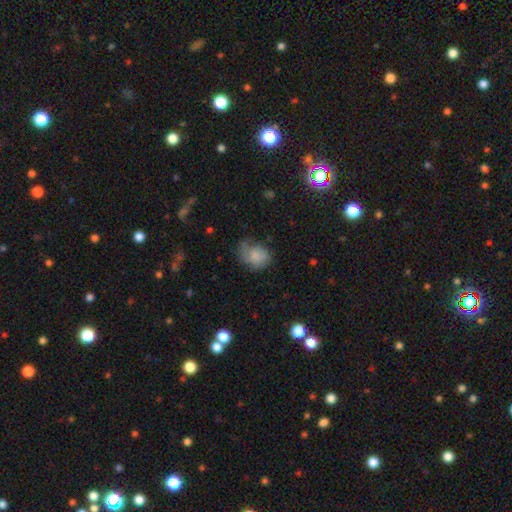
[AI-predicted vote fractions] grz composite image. It shows a smooth galaxy with no disk features (70%) that is in between round and cigar-shaped (53%). Merging: none (40%).